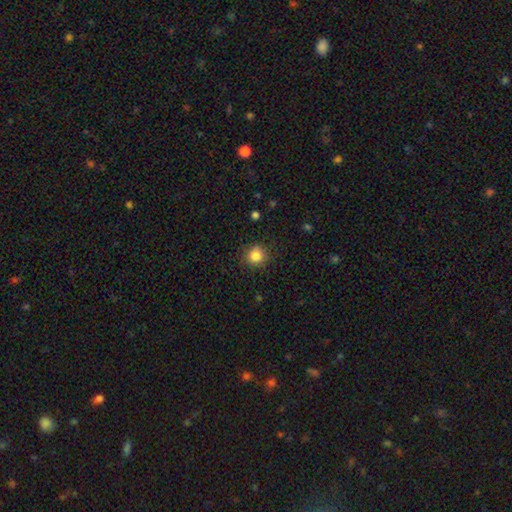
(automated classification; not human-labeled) This is clearly a smooth galaxy (85%). How rounded: clearly round (89%). Merging: clearly none (86%).